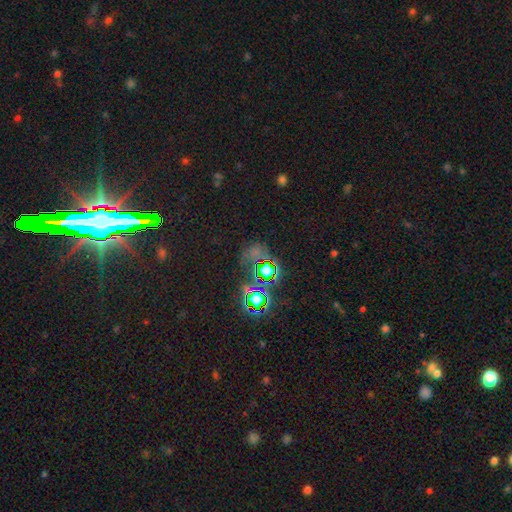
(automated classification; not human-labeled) Smooth or featured: star or artifact — 72% (smooth — 17%)